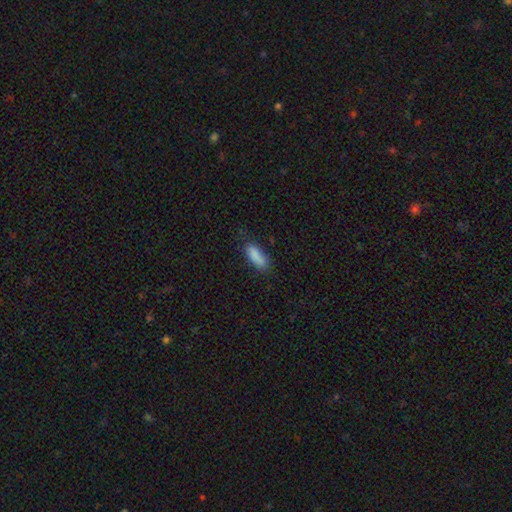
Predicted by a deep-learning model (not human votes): This appears to be a smooth galaxy with no disk features (86%) that is in between round and cigar-shaped (67%). Merging: none (69%).